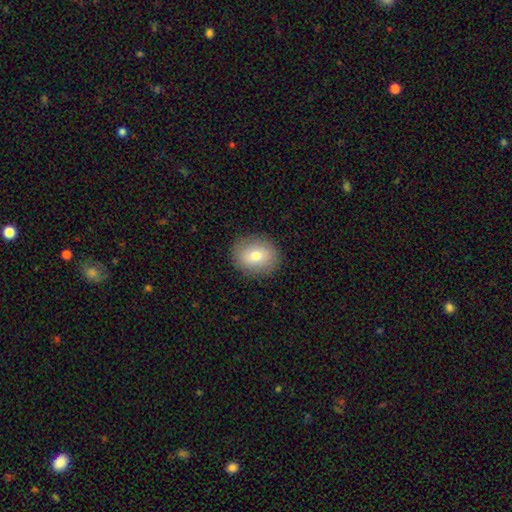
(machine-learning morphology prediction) Q: Smooth or featured?
A: smooth (77%); runner-up: featured or disk (15%)
Q: How rounded?
A: round (62%); runner-up: in between (37%)
Q: Merging?
A: none (88%); runner-up: minor disturbance (8%)